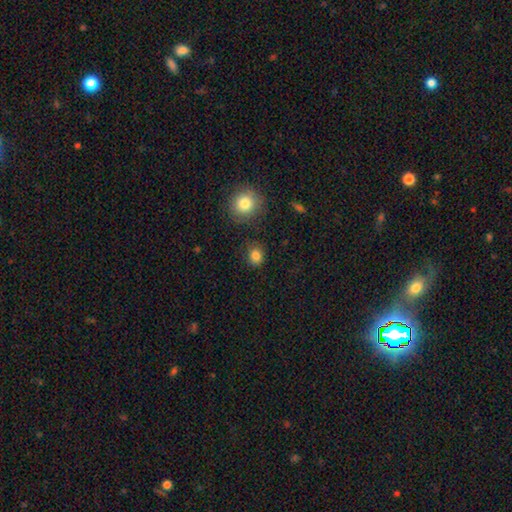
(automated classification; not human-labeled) A smooth galaxy with no disk features (84%) that is round (77%). Merging: none (84%).